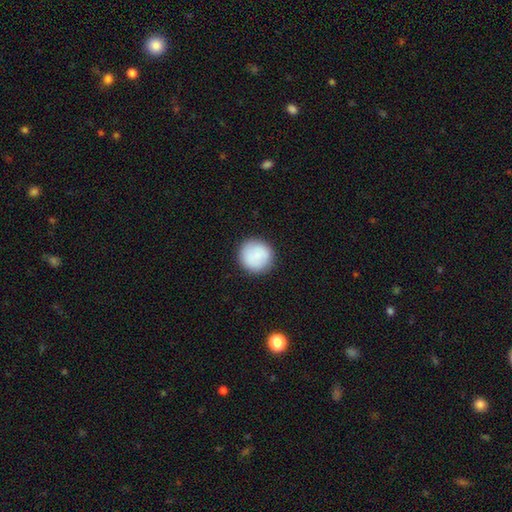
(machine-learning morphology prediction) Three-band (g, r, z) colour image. It shows a smooth galaxy with no disk features (86%) that is round (95%). Merging: none (89%).